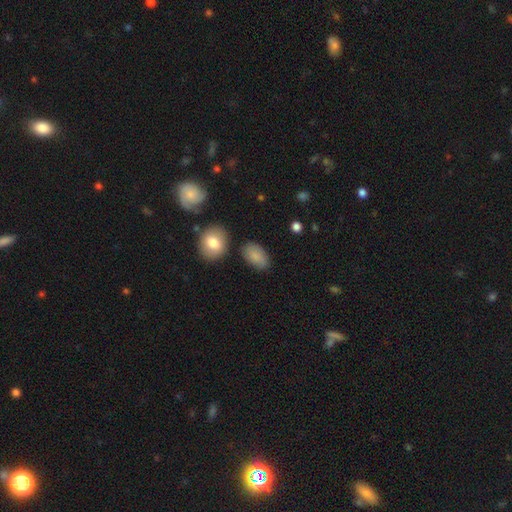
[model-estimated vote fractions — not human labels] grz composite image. It shows a smooth galaxy with no disk features (84%) that is in between round and cigar-shaped (91%). Merging: none (75%).